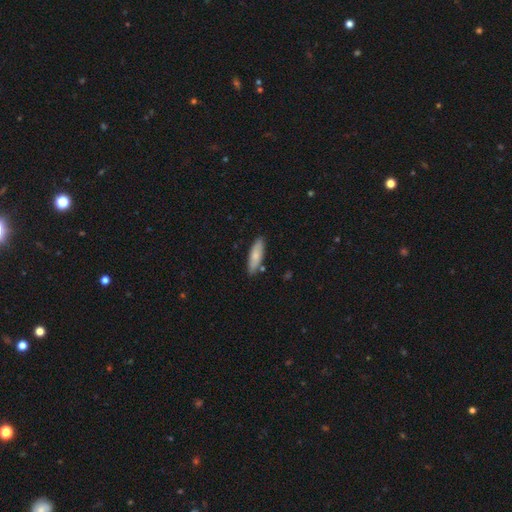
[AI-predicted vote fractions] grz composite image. It shows a smooth galaxy with no disk features (75%) that is cigar-shaped (49%, tied with in between). Merging: none (83%).